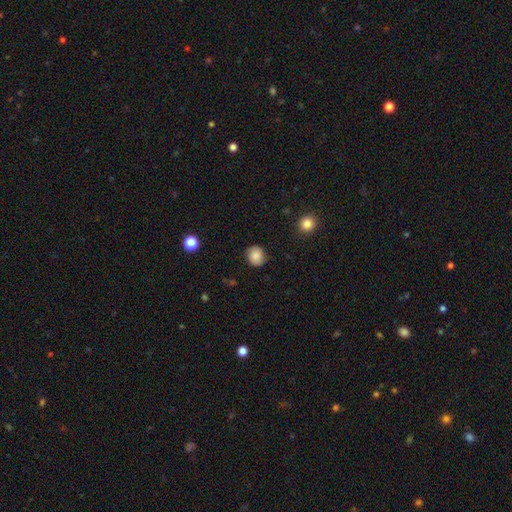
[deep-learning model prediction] Smooth or featured?
  - smooth: 86% *
  - star or artifact: 9%
  - featured or disk: 6%
How rounded?
  - round: 78% *
  - in between: 21%
  - cigar-shaped: 1%
Merging?
  - none: 86% *
  - minor disturbance: 10%
  - major disturbance: 3%
  - merger: 1%